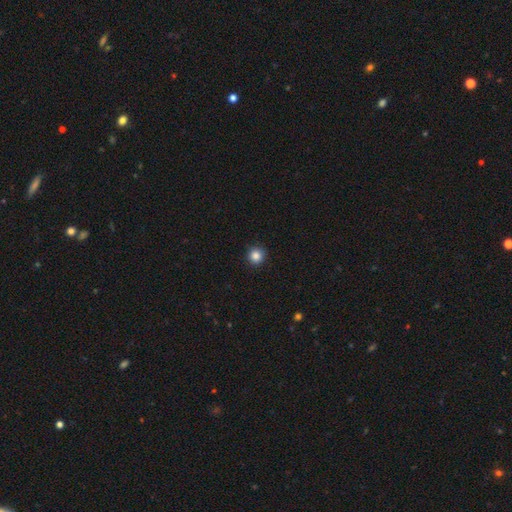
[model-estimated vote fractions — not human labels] Smooth or featured?
  - smooth: 86% *
  - star or artifact: 11%
  - featured or disk: 3%
How rounded?
  - round: 95% *
  - in between: 4%
  - cigar-shaped: 1%
Merging?
  - none: 93% *
  - minor disturbance: 5%
  - major disturbance: 2%
  - merger: 1%